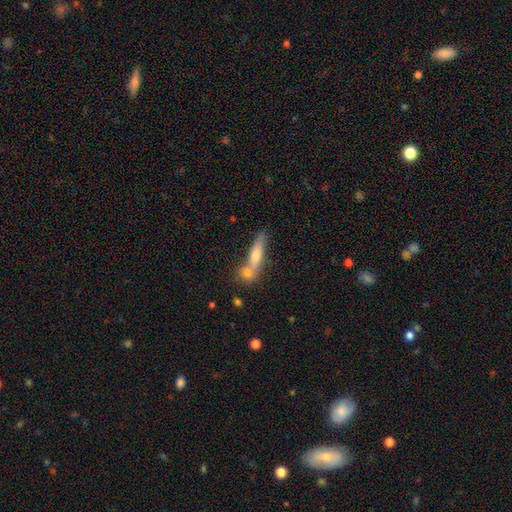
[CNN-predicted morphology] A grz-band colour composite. It shows a smooth galaxy with no disk features (57%) that is cigar-shaped (80%). Merging: none (49%).